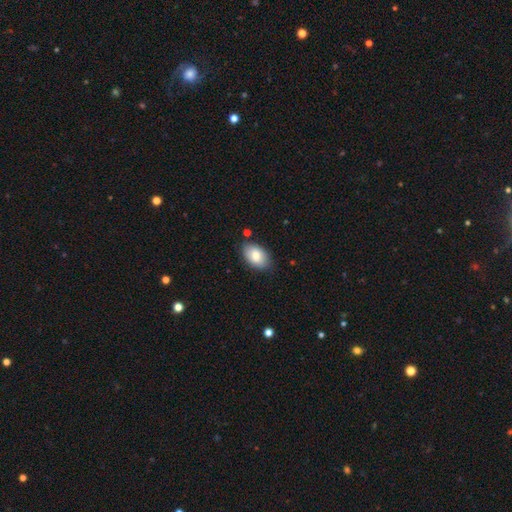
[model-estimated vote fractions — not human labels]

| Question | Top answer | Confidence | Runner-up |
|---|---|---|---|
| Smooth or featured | smooth | 80% | featured or disk (13%) |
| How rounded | in between | 92% | round (7%) |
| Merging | none | 81% | minor disturbance (13%) |